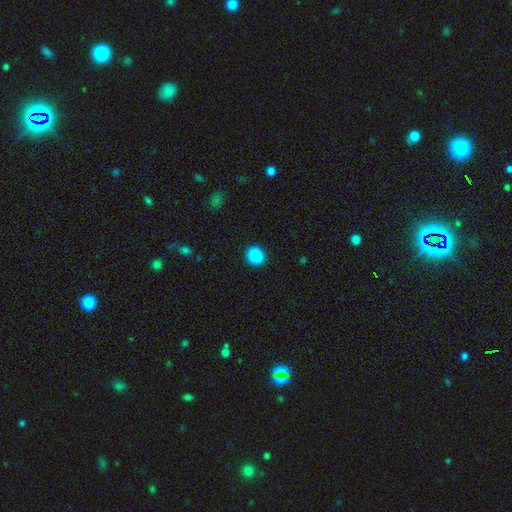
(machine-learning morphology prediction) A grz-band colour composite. It shows a smooth galaxy with no disk features (88%) that is round (84%). Merging: none (89%).